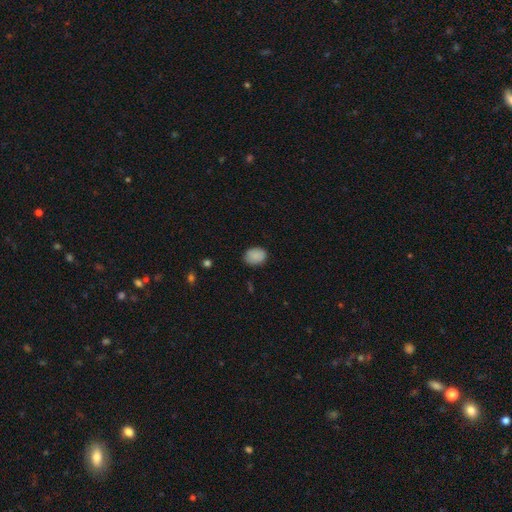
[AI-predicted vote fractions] smooth_or_featured: smooth (p=0.87) [alt: star or artifact p=0.08]
how_rounded: in between (p=0.63) [alt: round p=0.36]
merging: none (p=0.81) [alt: minor disturbance p=0.15]